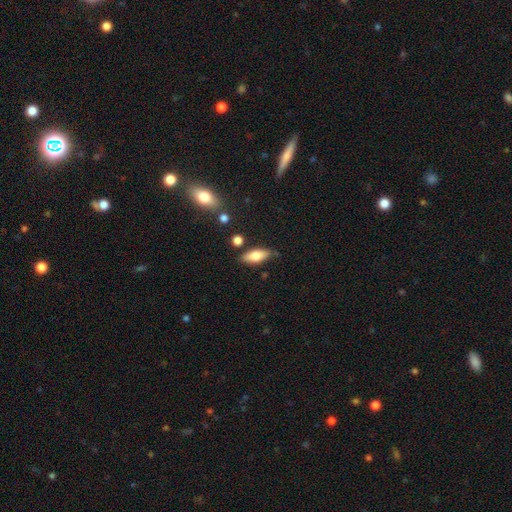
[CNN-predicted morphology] smooth-or-featured: smooth: 75% | featured or disk: 19% | star or artifact: 7%
  how-rounded: in between: 77% | cigar-shaped: 20% | round: 3%
  merging: none: 77% | minor disturbance: 15% | merger: 5% | major disturbance: 3%